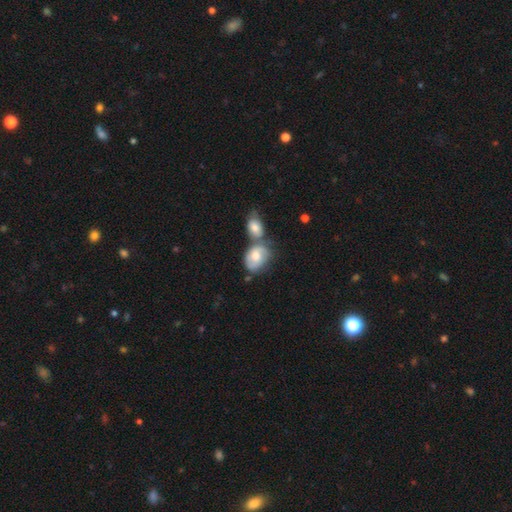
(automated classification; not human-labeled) Q: Smooth or featured?
A: smooth (56%); runner-up: featured or disk (37%)
Q: How rounded?
A: in between (69%); runner-up: round (29%)
Q: Merging?
A: merger (53%); runner-up: none (26%)